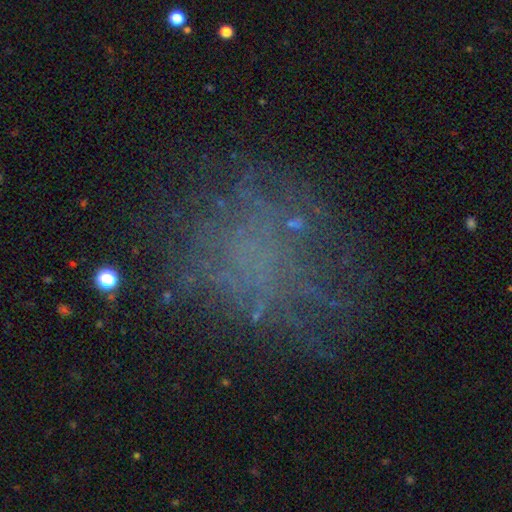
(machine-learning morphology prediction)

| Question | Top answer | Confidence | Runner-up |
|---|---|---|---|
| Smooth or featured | featured or disk | 34% | tied: smooth (34%) |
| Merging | none | 61% | major disturbance (19%) |